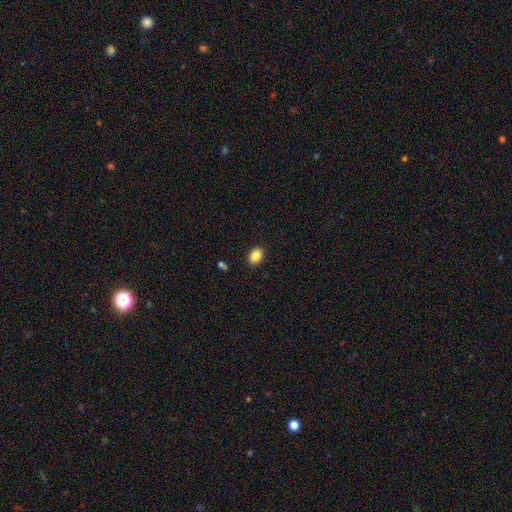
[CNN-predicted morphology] This appears to be a smooth galaxy with no disk features (87%) that is in between round and cigar-shaped (77%). Merging: none (89%).